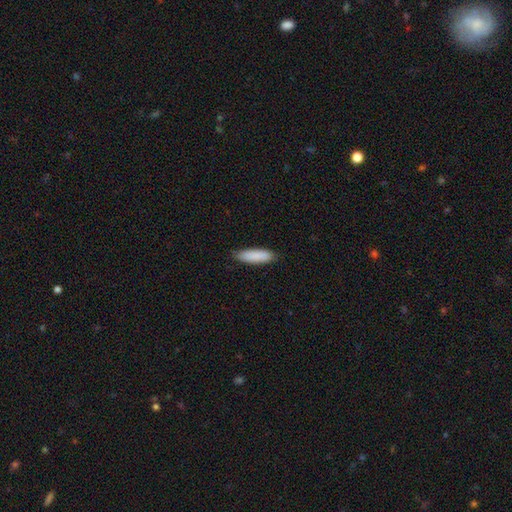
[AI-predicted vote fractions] This is clearly a smooth galaxy (88%). How rounded: likely cigar-shaped (61%). Merging: clearly none (85%).